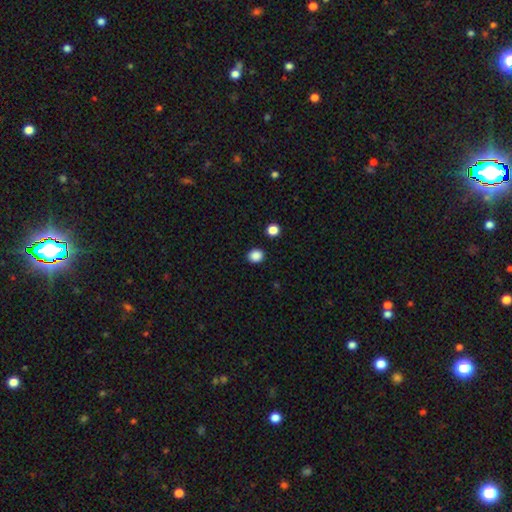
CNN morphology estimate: smooth 87%, star or artifact 11%, featured or disk 3%. Down the decision tree: how rounded — round (74%); merging — none (90%).